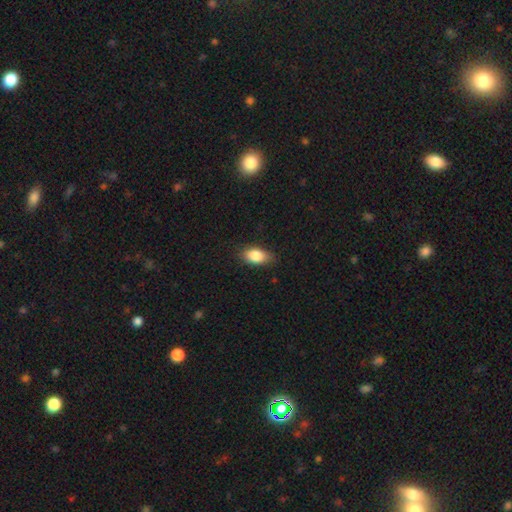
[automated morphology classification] smooth 85%, star or artifact 8%, featured or disk 7%. Down the decision tree: how rounded — in between (87%); merging — none (78%).